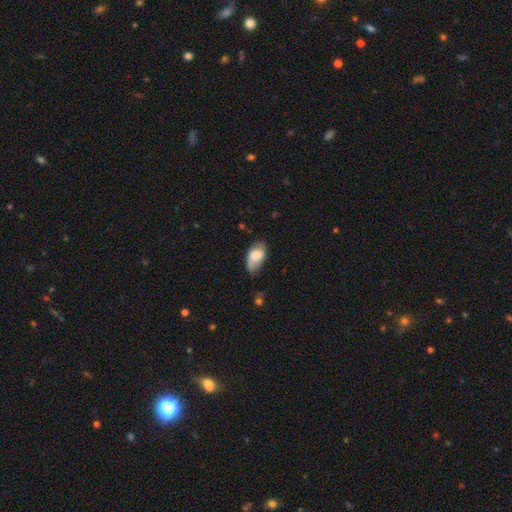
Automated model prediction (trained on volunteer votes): Q: Smooth or featured?
A: smooth (68%); runner-up: featured or disk (24%)
Q: How rounded?
A: in between (93%); runner-up: round (5%)
Q: Merging?
A: none (54%); runner-up: minor disturbance (33%)